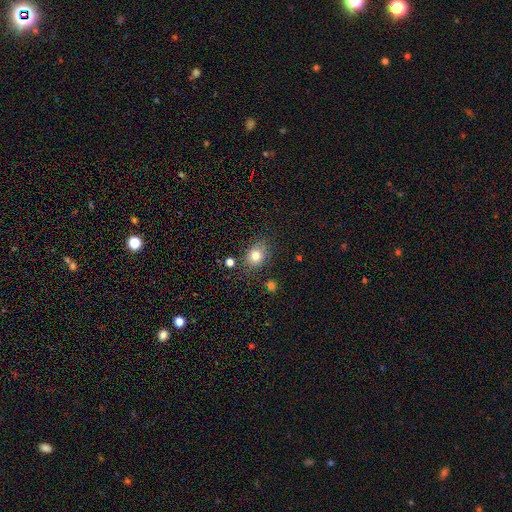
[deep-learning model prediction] smooth-or-featured: smooth: 79% | star or artifact: 12% | featured or disk: 9%
  how-rounded: in between: 50% | round: 49% | cigar-shaped: 1%
  merging: none: 78% | minor disturbance: 14% | merger: 4% | major disturbance: 4%